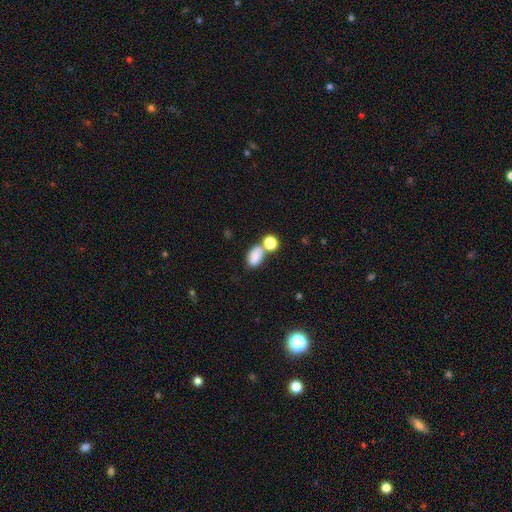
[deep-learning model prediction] Smooth or featured?
  - smooth: 83% *
  - star or artifact: 10%
  - featured or disk: 8%
How rounded?
  - in between: 87% *
  - round: 11%
  - cigar-shaped: 2%
Merging?
  - none: 44% *
  - merger: 36%
  - minor disturbance: 14%
  - major disturbance: 6%